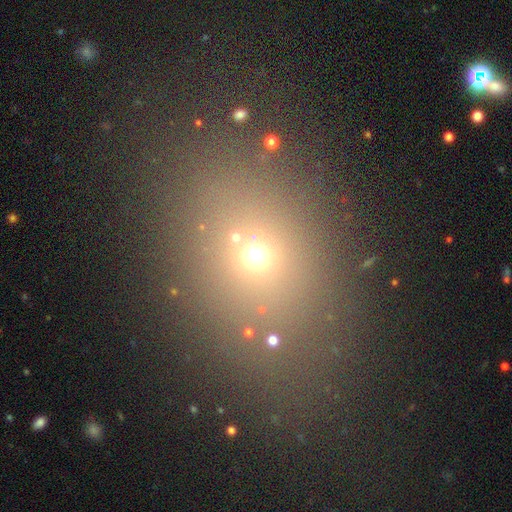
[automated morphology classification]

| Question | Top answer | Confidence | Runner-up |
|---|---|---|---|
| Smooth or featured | smooth | 60% | star or artifact (28%) |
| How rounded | in between | 53% | round (44%) |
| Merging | none | 77% | minor disturbance (11%) |